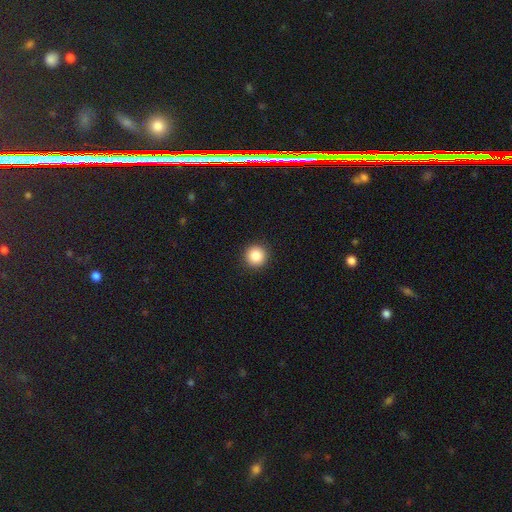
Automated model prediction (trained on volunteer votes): A smooth galaxy with no disk features (85%) that is round (95%).

Vote fractions:
- Smooth or featured? smooth: 85% / star or artifact: 10% / featured or disk: 4%
- How rounded? round: 95% / in between: 4% / cigar-shaped: 1%
- Merging? none: 93% / minor disturbance: 4% / major disturbance: 2% / merger: 1%